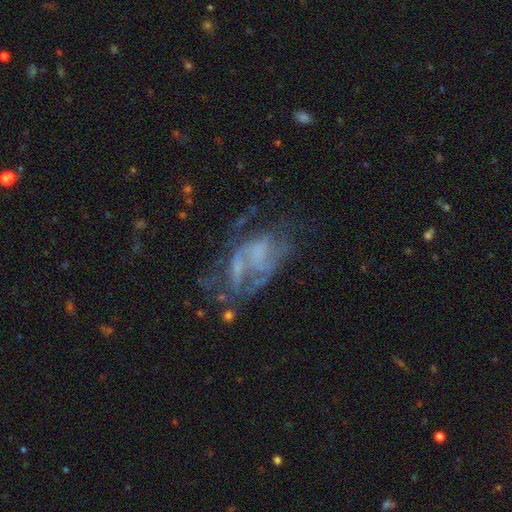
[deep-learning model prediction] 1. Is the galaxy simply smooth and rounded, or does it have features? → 64% featured or disk, 21% smooth, 15% star or artifact.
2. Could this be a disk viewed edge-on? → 96% no, 4% yes.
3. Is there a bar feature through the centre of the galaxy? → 74% no, 20% weak, 6% strong.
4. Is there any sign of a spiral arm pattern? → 61% no, 39% yes.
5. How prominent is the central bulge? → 62% none, 18% small, 14% moderate, 5% large, 1% dominant.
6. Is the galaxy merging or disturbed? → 38% major disturbance, 33% none, 18% minor disturbance, 10% merger.